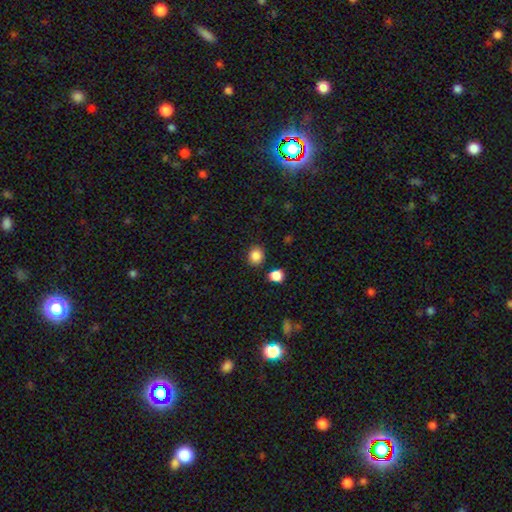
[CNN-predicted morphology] A smooth galaxy with no disk features (85%) that is round (72%). Merging: none (85%).